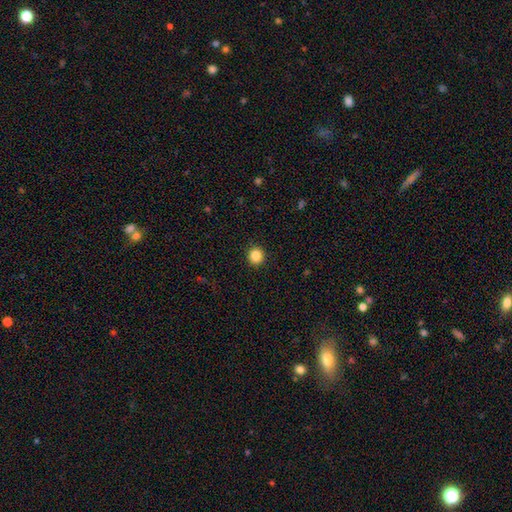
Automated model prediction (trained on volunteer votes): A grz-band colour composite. It shows a smooth galaxy with no disk features (86%) that is round (93%). Merging: none (93%).